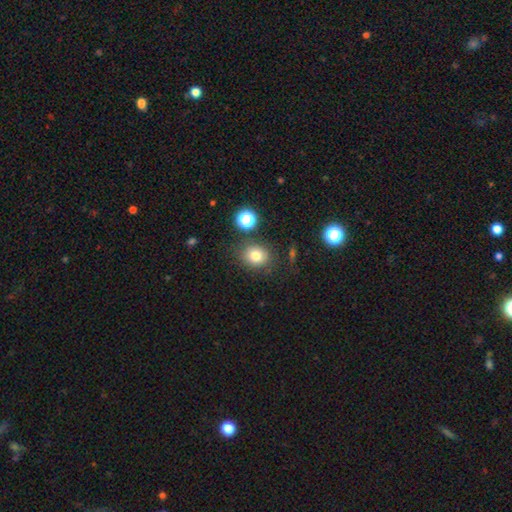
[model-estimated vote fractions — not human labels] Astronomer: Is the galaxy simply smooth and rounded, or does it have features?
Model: smooth — 78%.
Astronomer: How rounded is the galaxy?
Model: round — 66%.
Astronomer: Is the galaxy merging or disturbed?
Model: none — 80%.